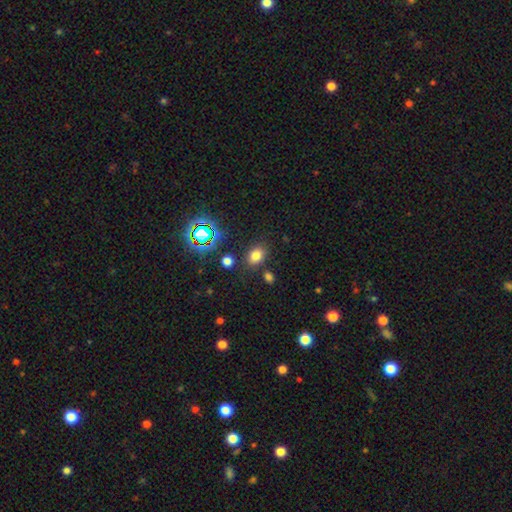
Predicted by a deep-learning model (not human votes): Smooth or featured?
  - smooth: 74% *
  - star or artifact: 19%
  - featured or disk: 7%
How rounded?
  - in between: 64% *
  - round: 35%
  - cigar-shaped: 1%
Merging?
  - none: 80% *
  - minor disturbance: 11%
  - merger: 6%
  - major disturbance: 4%